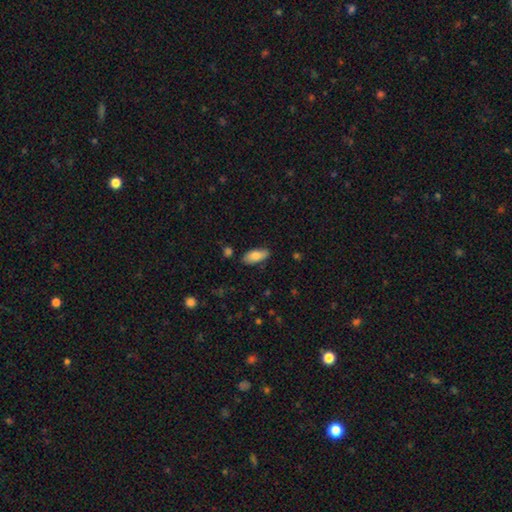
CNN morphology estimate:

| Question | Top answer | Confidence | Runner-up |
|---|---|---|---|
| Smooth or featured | smooth | 82% | featured or disk (11%) |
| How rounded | in between | 87% | cigar-shaped (11%) |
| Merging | none | 82% | minor disturbance (14%) |